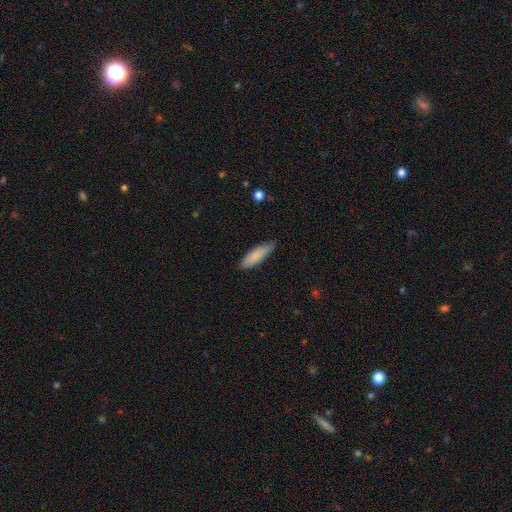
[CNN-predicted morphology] The model was most divided on "how rounded": cigar-shaped: 56%, in between: 43%, round: 2%. More confident: smooth or featured — smooth (82%); merging — none (77%).